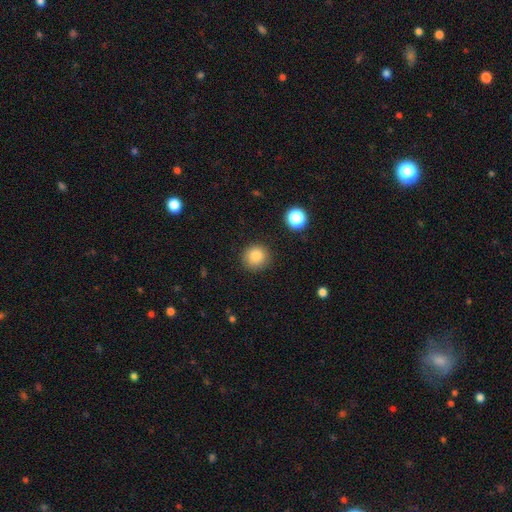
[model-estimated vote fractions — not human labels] A smooth galaxy with no disk features (85%) that is round (91%). Merging: none (88%).